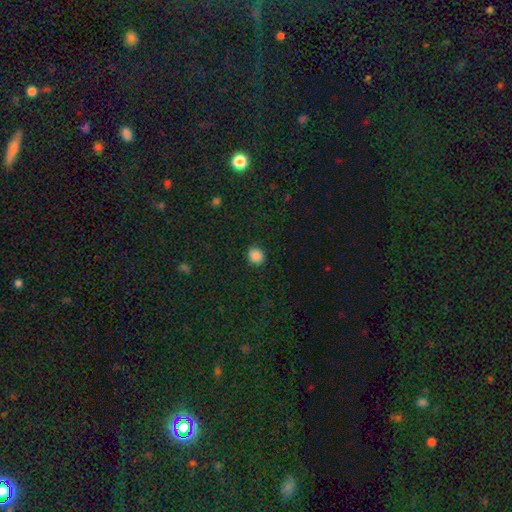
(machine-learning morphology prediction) Smooth or featured: smooth — 86% (star or artifact — 10%)
How rounded: round — 72% (in between — 27%)
Merging: none — 88% (minor disturbance — 9%)